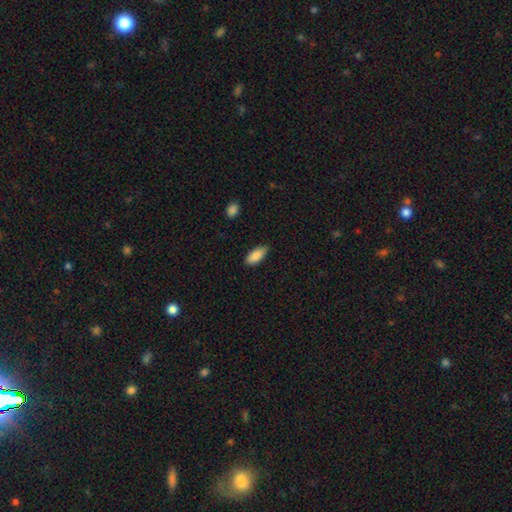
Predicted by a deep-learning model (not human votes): A smooth galaxy with no disk features (88%) that is in between round and cigar-shaped (86%). Merging: none (80%).